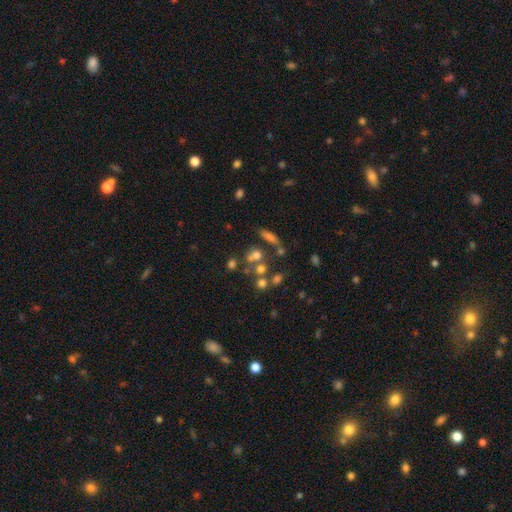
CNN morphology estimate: A smooth galaxy with no disk features (58%) that is round (60%).

Vote fractions:
- Smooth or featured? smooth: 58% / featured or disk: 21% / star or artifact: 21%
- How rounded? round: 60% / in between: 34% / cigar-shaped: 5%
- Merging? none: 44% / merger: 36% / minor disturbance: 12% / major disturbance: 8%